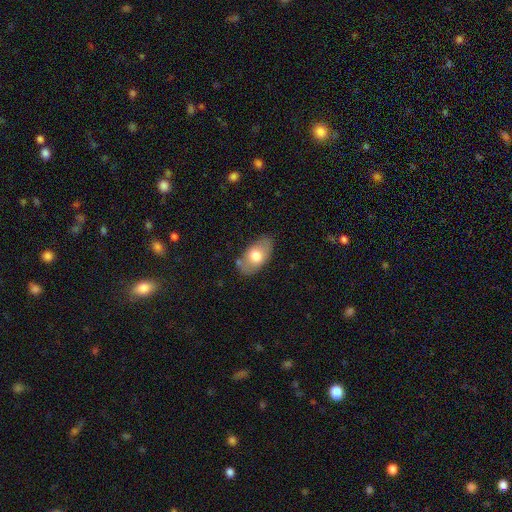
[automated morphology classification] Smooth or featured?
  - smooth: 68% *
  - featured or disk: 26%
  - star or artifact: 6%
How rounded?
  - in between: 93% *
  - round: 5%
  - cigar-shaped: 2%
Merging?
  - none: 75% *
  - minor disturbance: 18%
  - major disturbance: 4%
  - merger: 3%